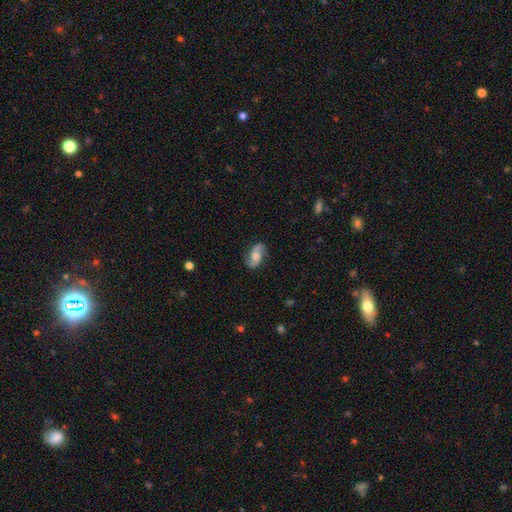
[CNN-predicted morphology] smooth_or_featured: featured or disk (p=0.80) [alt: smooth p=0.14]
disk_edge_on: no (p=0.97) [alt: yes p=0.03]
bar: no (p=0.56) [alt: weak p=0.35]
has_spiral_arms: yes (p=0.96) [alt: no p=0.04]
spiral_winding: loose (p=0.49) [alt: medium p=0.40]
spiral_arm_count: 2 (p=0.93) [alt: can't tell p=0.02]
bulge_size: moderate (p=0.39) [alt: large p=0.24]
merging: none (p=0.80) [alt: minor disturbance p=0.13]